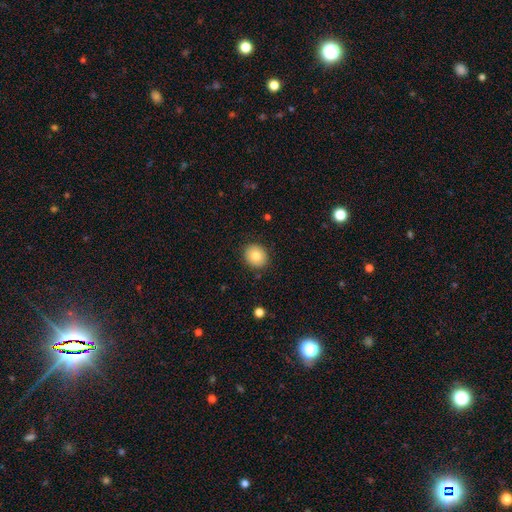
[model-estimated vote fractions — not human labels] Morphology: type=smooth (81%); roundness=round (73%); merging=none (88%).